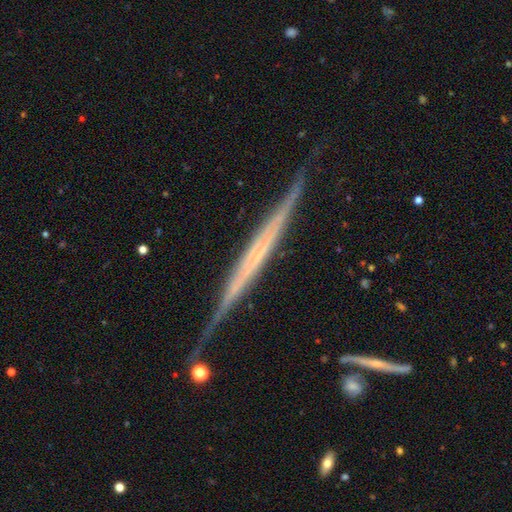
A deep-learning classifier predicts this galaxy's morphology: Smooth or featured?
  - featured or disk: 74% *
  - smooth: 19%
  - star or artifact: 7%
Edge-on disk?
  - yes: 97% *
  - no: 3%
Edge-on bulge?
  - none: 76% *
  - rounded: 13%
  - boxy: 11%
Merging?
  - none: 79% *
  - minor disturbance: 15%
  - major disturbance: 3%
  - merger: 2%